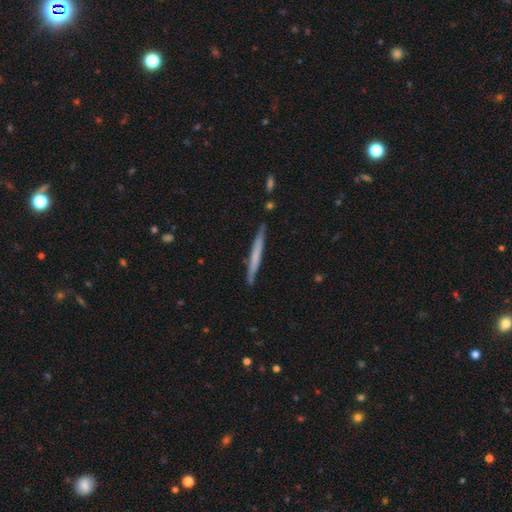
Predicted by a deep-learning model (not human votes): Overall: smooth (53%; featured or disk 42%). How rounded: cigar-shaped (97%). Merging: none (88%).